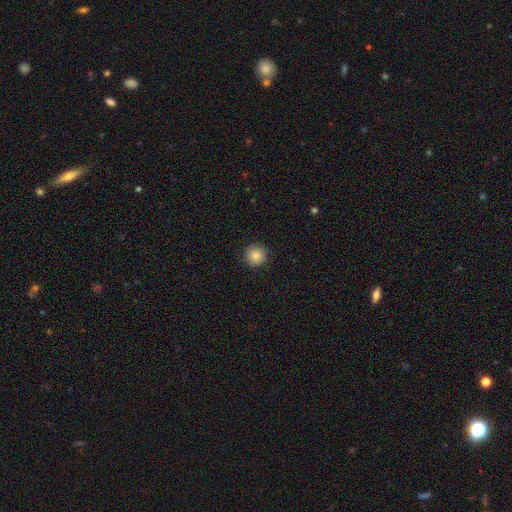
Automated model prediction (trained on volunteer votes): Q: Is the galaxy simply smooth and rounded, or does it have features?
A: smooth — 87%.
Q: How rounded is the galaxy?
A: round — 94%.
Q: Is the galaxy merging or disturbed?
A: none — 90%.